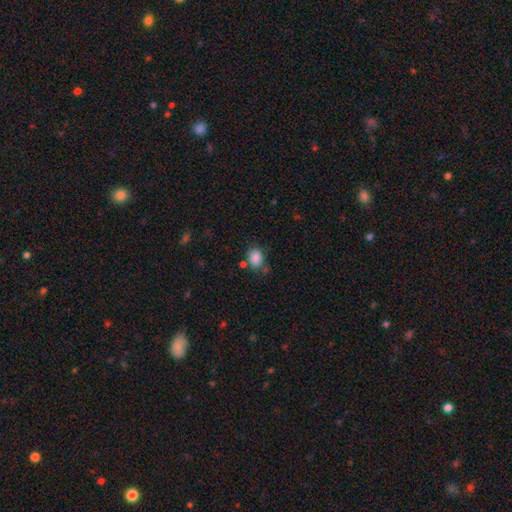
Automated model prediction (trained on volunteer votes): The model was most divided on "how rounded": in between: 62%, round: 37%, cigar-shaped: 1%. More confident: smooth or featured — smooth (85%); merging — none (66%).